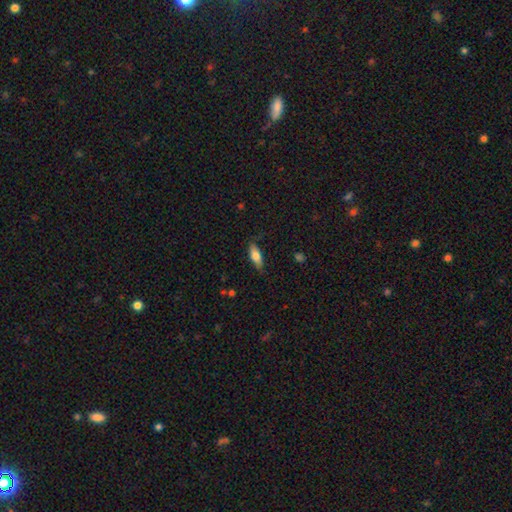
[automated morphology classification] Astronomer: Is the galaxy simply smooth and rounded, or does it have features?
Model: smooth — 74%.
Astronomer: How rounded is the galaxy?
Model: in between — 69%.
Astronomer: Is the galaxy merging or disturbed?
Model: none — 78%.